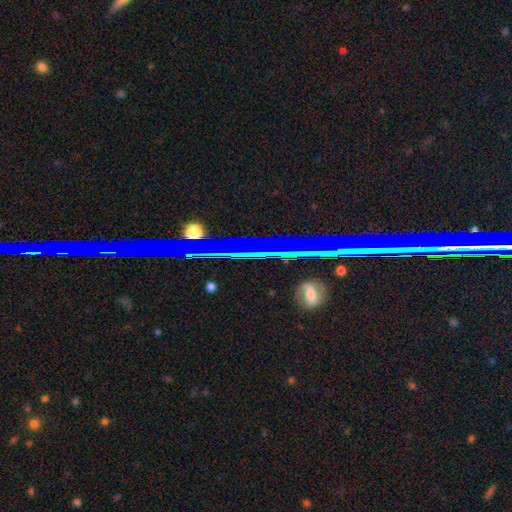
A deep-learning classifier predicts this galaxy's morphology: Smooth or featured? star or artifact (73%)